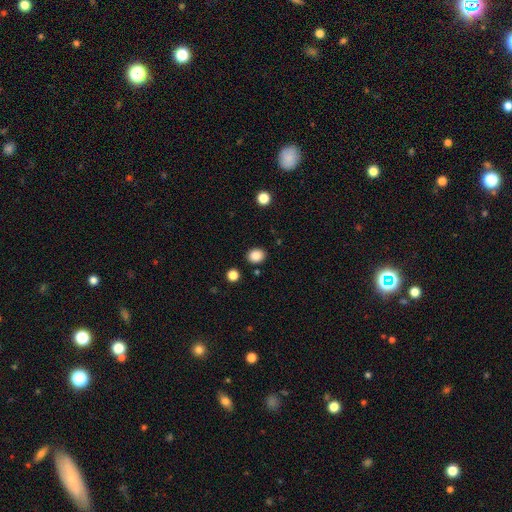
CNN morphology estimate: Smooth or featured? smooth (87%)
How rounded? round (56%)
Merging? none (87%)